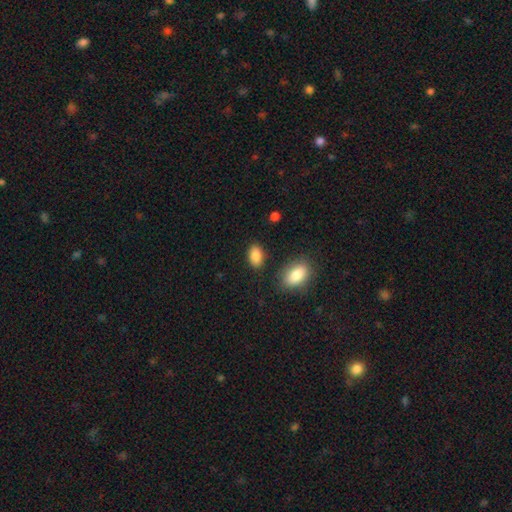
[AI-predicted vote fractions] Smooth or featured: smooth — 88% (star or artifact — 8%)
How rounded: in between — 91% (round — 8%)
Merging: none — 84% (minor disturbance — 10%)